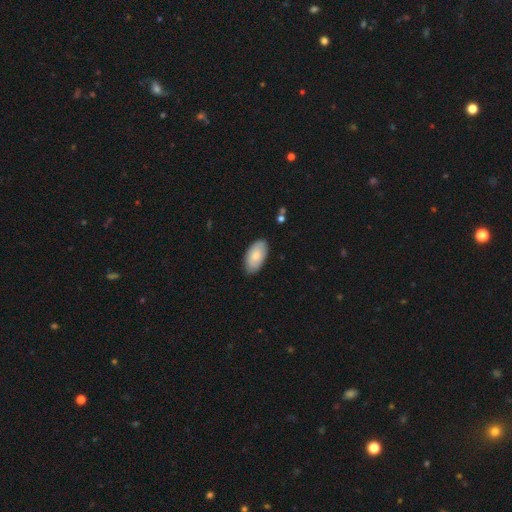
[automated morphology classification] A smooth galaxy with no disk features (75%) that is in between round and cigar-shaped (95%).

Vote fractions:
- Smooth or featured? smooth: 75% / featured or disk: 19% / star or artifact: 6%
- How rounded? in between: 95% / round: 3% / cigar-shaped: 2%
- Merging? none: 84% / minor disturbance: 13% / major disturbance: 2% / merger: 1%